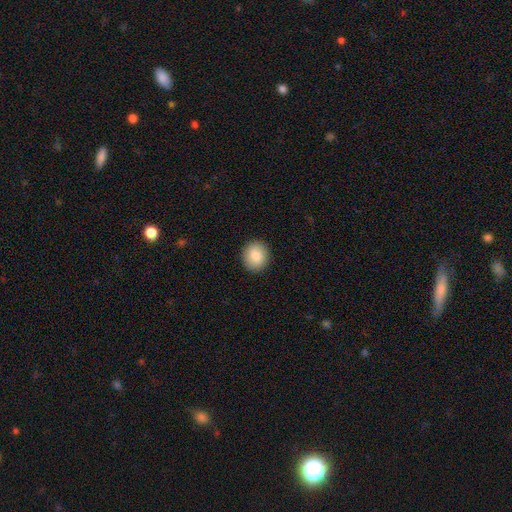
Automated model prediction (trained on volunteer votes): Smooth or featured?
  - smooth: 86% *
  - star or artifact: 8%
  - featured or disk: 7%
How rounded?
  - round: 72% *
  - in between: 27%
  - cigar-shaped: 1%
Merging?
  - none: 91% *
  - minor disturbance: 6%
  - major disturbance: 2%
  - merger: 1%